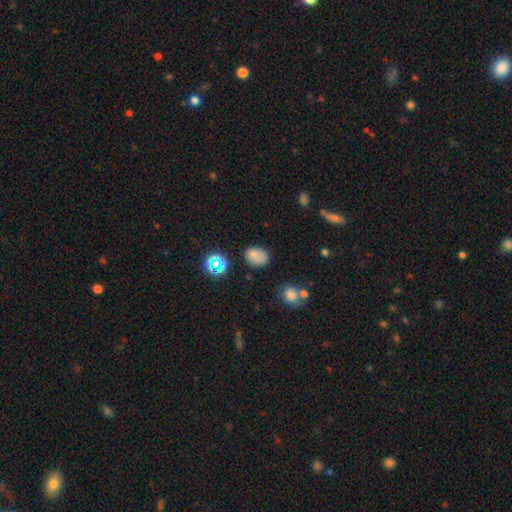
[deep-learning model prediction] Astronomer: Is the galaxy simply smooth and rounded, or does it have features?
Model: smooth — 74%.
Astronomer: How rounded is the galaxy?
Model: in between — 67%.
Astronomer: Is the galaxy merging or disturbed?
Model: none — 73%.